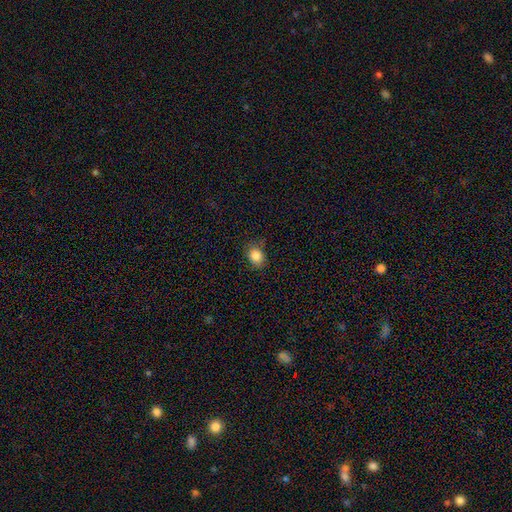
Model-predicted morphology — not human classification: Q: Smooth or featured?
A: smooth (85%); runner-up: star or artifact (10%)
Q: How rounded?
A: in between (57%); runner-up: round (42%)
Q: Merging?
A: none (78%); runner-up: minor disturbance (17%)